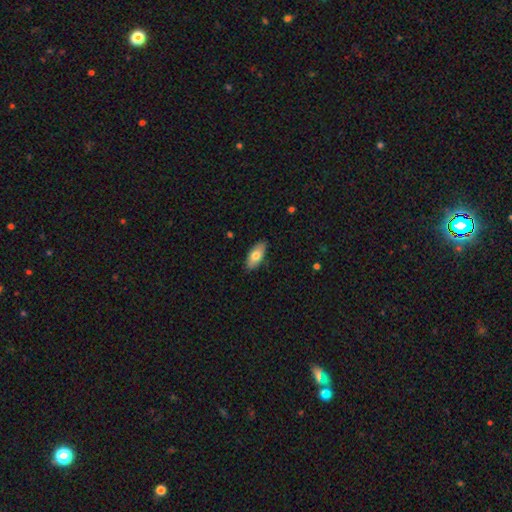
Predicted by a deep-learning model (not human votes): Overall: smooth (74%). How rounded: in between (86%). Merging: none (87%).